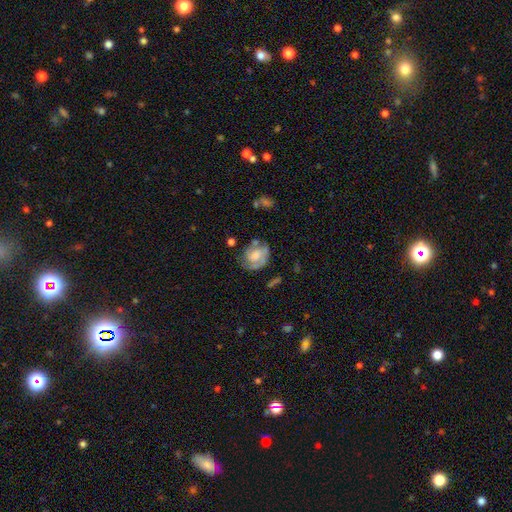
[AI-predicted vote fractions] Smooth or featured?
  - featured or disk: 61% *
  - smooth: 32%
  - star or artifact: 7%
Edge-on disk?
  - no: 97% *
  - yes: 3%
Bar?
  - no: 68% *
  - weak: 27%
  - strong: 5%
Spiral arms?
  - yes: 81% *
  - no: 19%
Bulge size?
  - moderate: 35% *
  - large: 24%
  - small: 20%
  - none: 18%
  - dominant: 3%
Merging?
  - none: 56% *
  - minor disturbance: 25%
  - major disturbance: 15%
  - merger: 5%